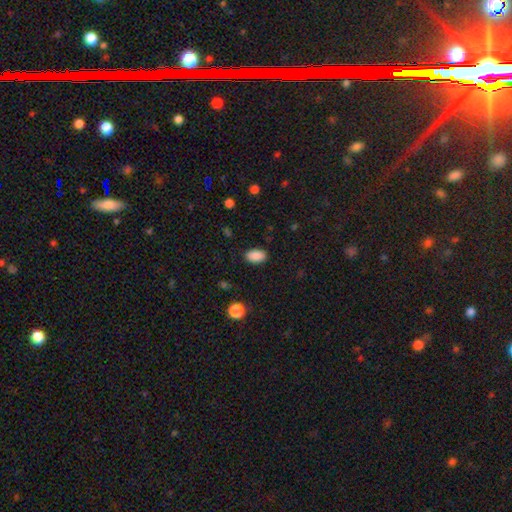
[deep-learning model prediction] Morphology: type=smooth (88%); roundness=in between (91%); merging=none (87%).